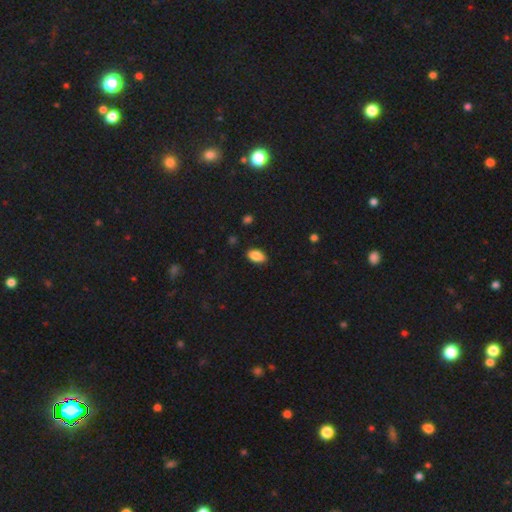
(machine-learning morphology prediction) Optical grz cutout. It shows a smooth galaxy with no disk features (85%) that is in between round and cigar-shaped (91%). Merging: none (84%).